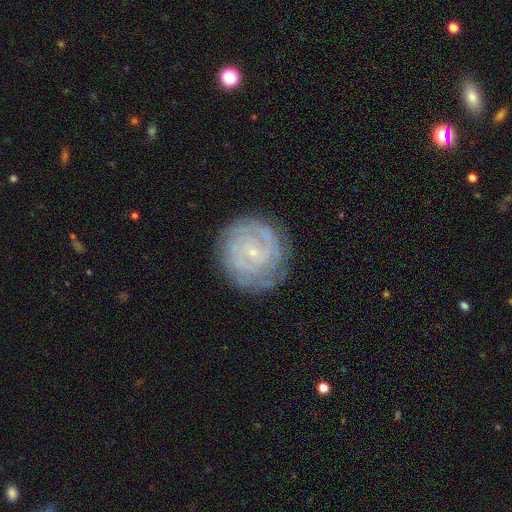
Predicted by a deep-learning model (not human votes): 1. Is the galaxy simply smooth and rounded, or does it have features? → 74% featured or disk, 18% smooth, 9% star or artifact.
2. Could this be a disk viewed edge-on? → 97% no, 3% yes.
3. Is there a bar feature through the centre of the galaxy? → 64% no, 29% weak, 7% strong.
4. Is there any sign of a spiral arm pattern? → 92% yes, 8% no.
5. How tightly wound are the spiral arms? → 76% tight, 19% medium, 5% loose.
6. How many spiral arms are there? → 34% can't tell, 29% 2, 16% 3, 9% 4, 6% more than 4, 6% 1.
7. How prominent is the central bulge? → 83% small, 12% moderate, 3% none, 1% large, 1% dominant.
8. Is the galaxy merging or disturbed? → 83% none, 12% minor disturbance, 4% major disturbance, 1% merger.